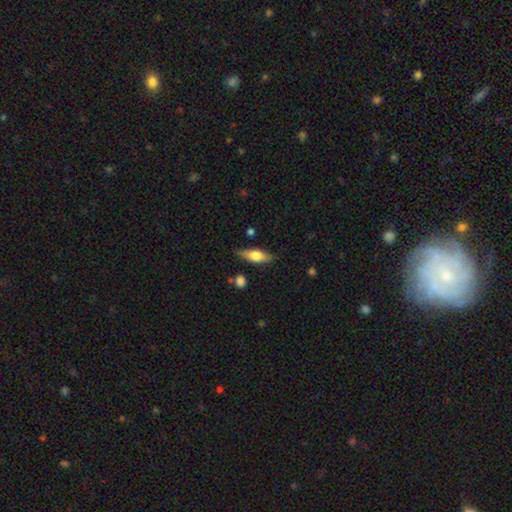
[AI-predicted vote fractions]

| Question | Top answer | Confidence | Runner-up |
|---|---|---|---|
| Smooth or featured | smooth | 61% | featured or disk (32%) |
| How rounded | in between | 61% | cigar-shaped (35%) |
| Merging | none | 80% | minor disturbance (14%) |